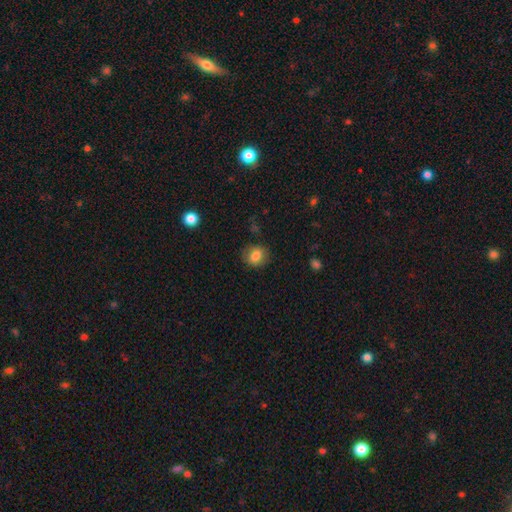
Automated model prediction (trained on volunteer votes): Smooth or featured: smooth — 82% (featured or disk — 9%)
How rounded: round — 59% (in between — 40%)
Merging: none — 81% (minor disturbance — 13%)